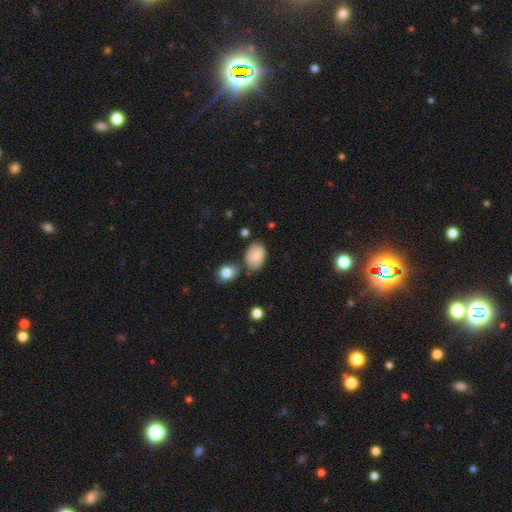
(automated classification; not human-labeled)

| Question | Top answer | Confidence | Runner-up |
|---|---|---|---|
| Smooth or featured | smooth | 74% | featured or disk (18%) |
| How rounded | in between | 83% | round (15%) |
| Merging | none | 59% | minor disturbance (25%) |